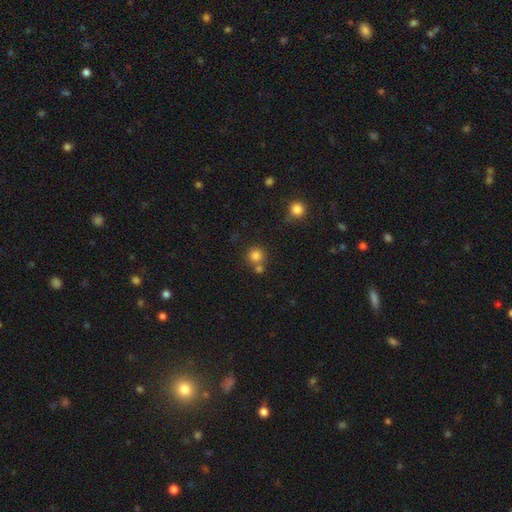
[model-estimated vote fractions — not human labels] This appears to be a smooth galaxy with no disk features (80%) that is round (92%). Merging: none (64%).